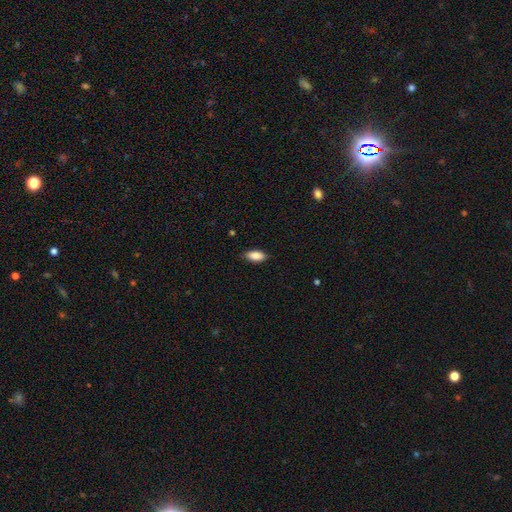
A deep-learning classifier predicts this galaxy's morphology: Smooth or featured? smooth (87%)
How rounded? in between (89%)
Merging? none (85%)